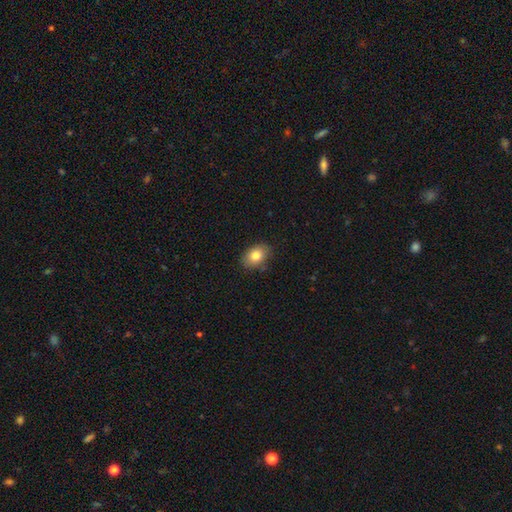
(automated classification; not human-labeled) Q: Smooth or featured?
A: smooth (82%); runner-up: featured or disk (10%)
Q: How rounded?
A: in between (79%); runner-up: round (20%)
Q: Merging?
A: none (83%); runner-up: minor disturbance (13%)